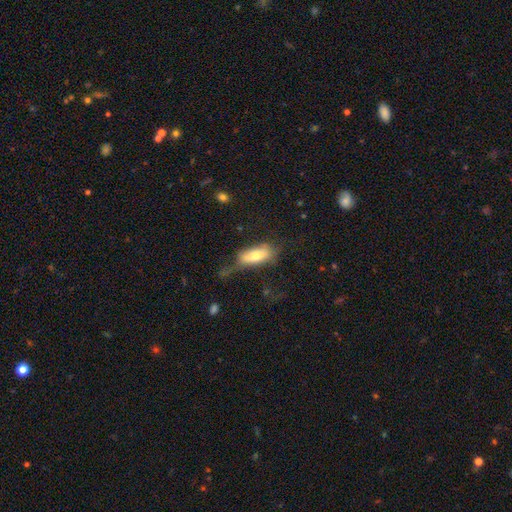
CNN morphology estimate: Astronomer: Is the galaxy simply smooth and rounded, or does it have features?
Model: smooth — 67%.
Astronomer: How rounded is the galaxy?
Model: in between — 76%.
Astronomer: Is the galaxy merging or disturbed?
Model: none — 42% (runner-up: minor disturbance, 28%).